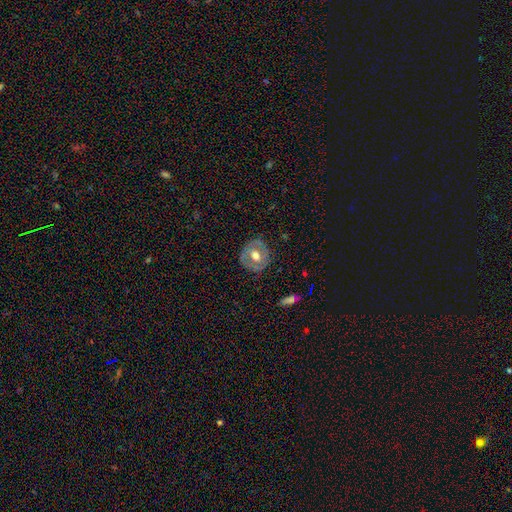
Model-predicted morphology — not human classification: smooth-or-featured: featured or disk: 50% | smooth: 44% | star or artifact: 7%
  merging: none: 80% | minor disturbance: 14% | major disturbance: 4% | merger: 1%